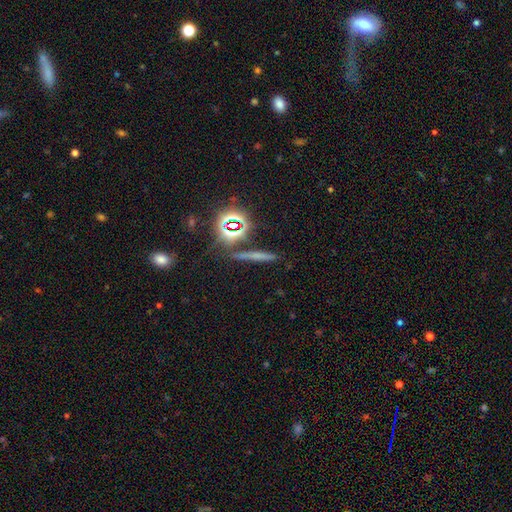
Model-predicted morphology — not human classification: Smooth or featured: smooth — 44% (star or artifact — 32%)
Merging: none — 84% (minor disturbance — 9%)